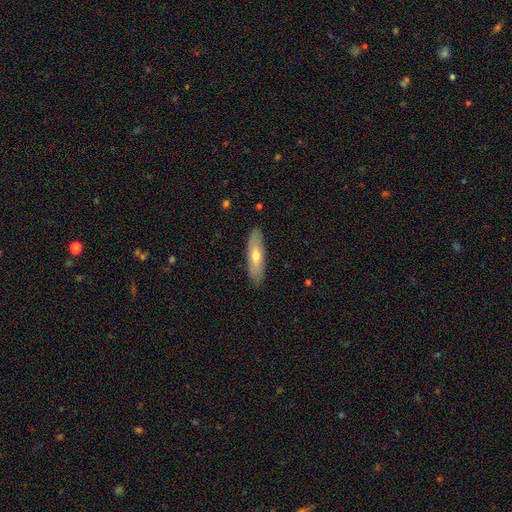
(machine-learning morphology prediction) A smooth galaxy with no disk features (54%) that is cigar-shaped (58%). Merging: none (87%).